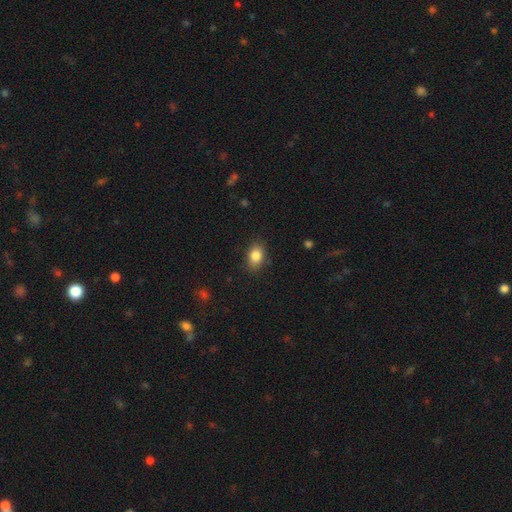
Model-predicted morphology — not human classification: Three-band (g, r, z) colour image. It shows a smooth galaxy with no disk features (84%) that is in between round and cigar-shaped (77%). Merging: none (84%).